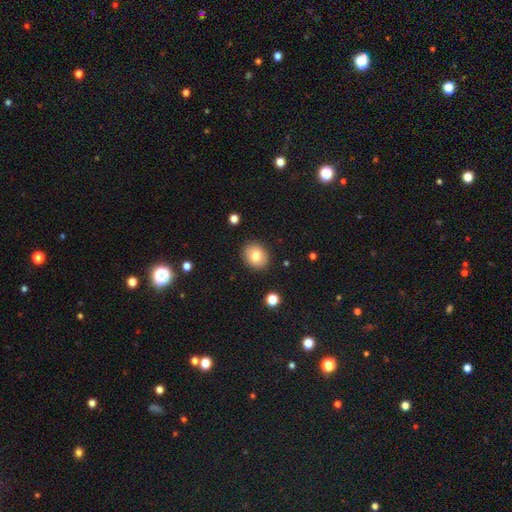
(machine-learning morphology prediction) A smooth galaxy with no disk features (78%) that is round (58%).

Vote fractions:
- Smooth or featured? smooth: 78% / featured or disk: 13% / star or artifact: 9%
- How rounded? round: 58% / in between: 42% / cigar-shaped: 1%
- Merging? none: 88% / minor disturbance: 8% / major disturbance: 2% / merger: 1%